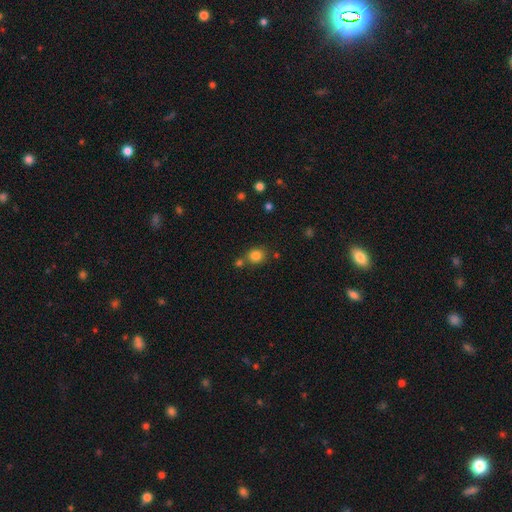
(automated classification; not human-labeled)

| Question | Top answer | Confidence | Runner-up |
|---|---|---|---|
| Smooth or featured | smooth | 82% | star or artifact (12%) |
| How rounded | round | 76% | in between (23%) |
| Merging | none | 70% | merger (16%) |